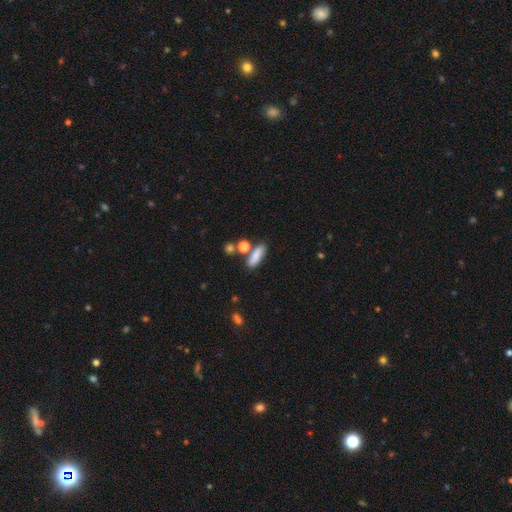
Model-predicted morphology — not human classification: A smooth galaxy with no disk features (83%) that is in between round and cigar-shaped (54%).

Vote fractions:
- Smooth or featured? smooth: 83% / star or artifact: 9% / featured or disk: 8%
- How rounded? in between: 54% / cigar-shaped: 39% / round: 7%
- Merging? none: 70% / minor disturbance: 13% / merger: 13% / major disturbance: 4%